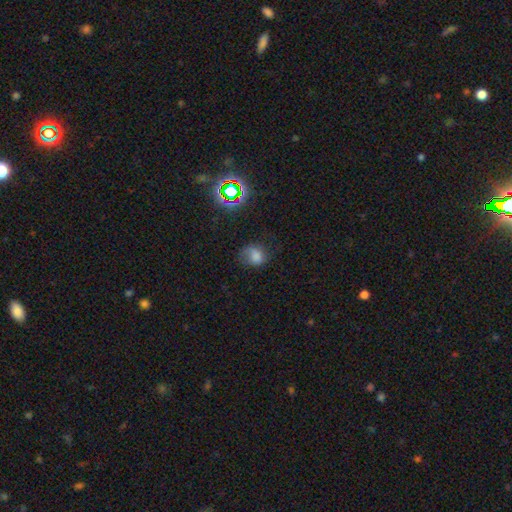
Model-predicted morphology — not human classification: Overall: smooth (67%). How rounded: round (57%; in between 42%). Merging: none (52%; minor disturbance 29%).